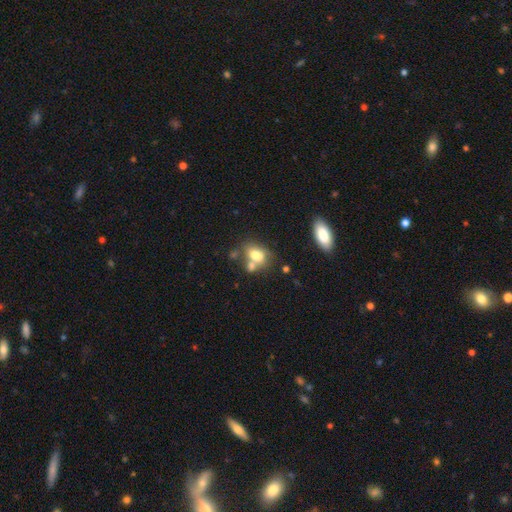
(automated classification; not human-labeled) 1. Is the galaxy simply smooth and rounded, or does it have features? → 73% smooth, 18% featured or disk, 10% star or artifact.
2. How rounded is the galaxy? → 75% in between, 23% round, 2% cigar-shaped.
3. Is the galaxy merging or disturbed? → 43% merger, 35% none, 14% minor disturbance, 7% major disturbance.